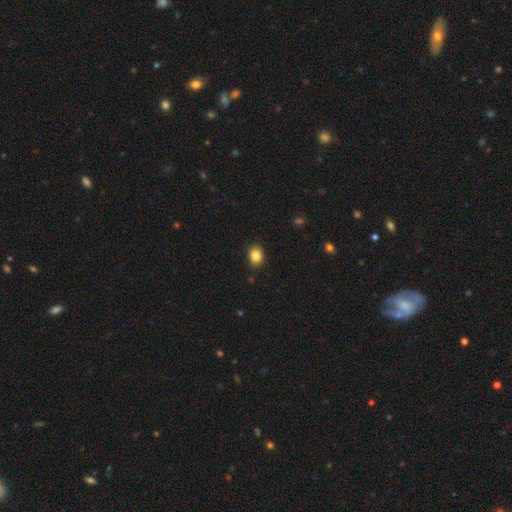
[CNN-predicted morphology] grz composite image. It shows a smooth galaxy with no disk features (85%) that is in between round and cigar-shaped (57%). Merging: none (89%).